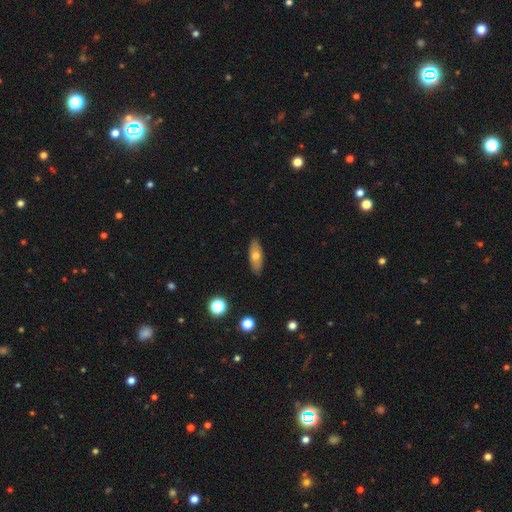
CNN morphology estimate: A smooth galaxy with no disk features (65%) that is in between round and cigar-shaped (69%).

Vote fractions:
- Smooth or featured? smooth: 65% / featured or disk: 28% / star or artifact: 7%
- How rounded? in between: 69% / cigar-shaped: 27% / round: 4%
- Merging? none: 87% / minor disturbance: 10% / major disturbance: 2% / merger: 1%